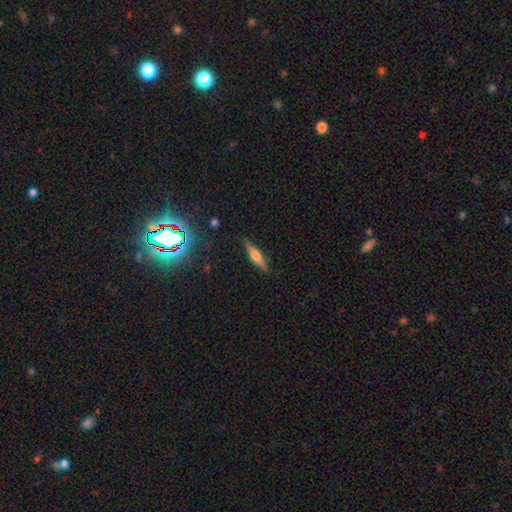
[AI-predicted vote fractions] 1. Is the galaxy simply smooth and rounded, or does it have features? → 52% featured or disk, 40% smooth, 9% star or artifact.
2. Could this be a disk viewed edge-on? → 95% yes, 5% no.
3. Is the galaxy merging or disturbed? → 86% none, 10% minor disturbance, 2% major disturbance, 1% merger.